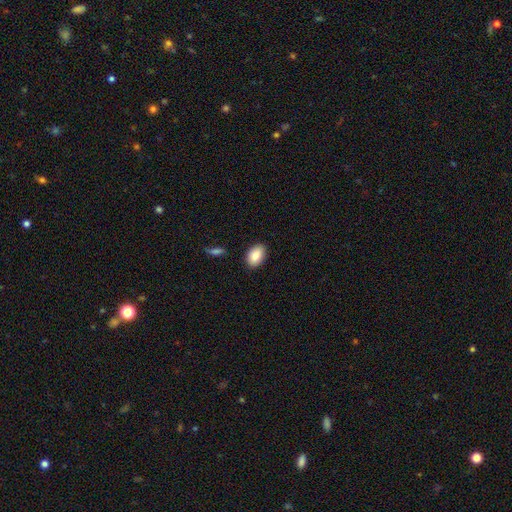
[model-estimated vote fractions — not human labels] Smooth or featured? Predicted: smooth (p=0.86). How rounded? Predicted: in between (p=0.91). Merging? Predicted: none (p=0.86).